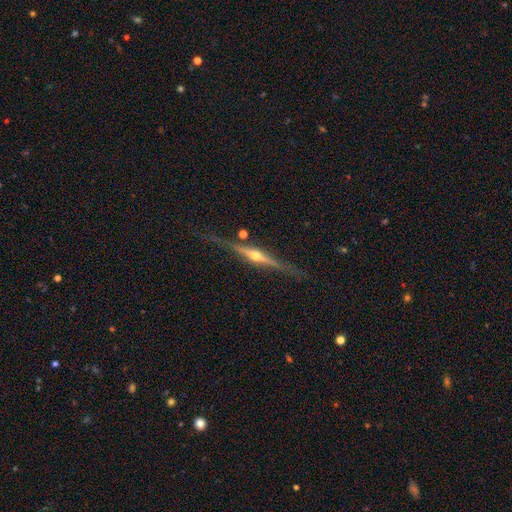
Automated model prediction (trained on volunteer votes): Smooth or featured? featured or disk (85%)
Edge-on disk? yes (98%)
Edge-on bulge? rounded (93%)
Merging? none (82%)